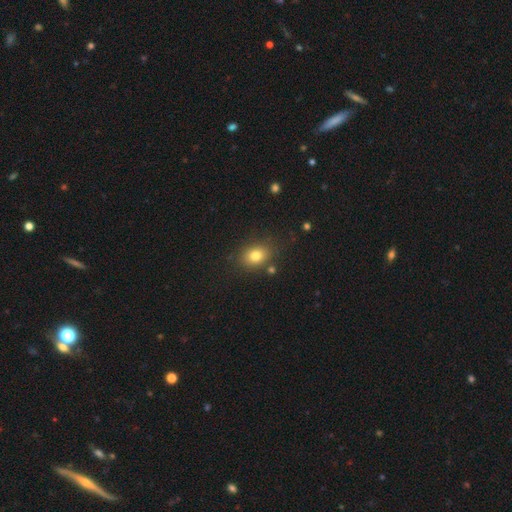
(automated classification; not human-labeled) Smooth or featured: smooth — 80% (star or artifact — 11%)
How rounded: in between — 63% (round — 36%)
Merging: none — 79% (minor disturbance — 12%)